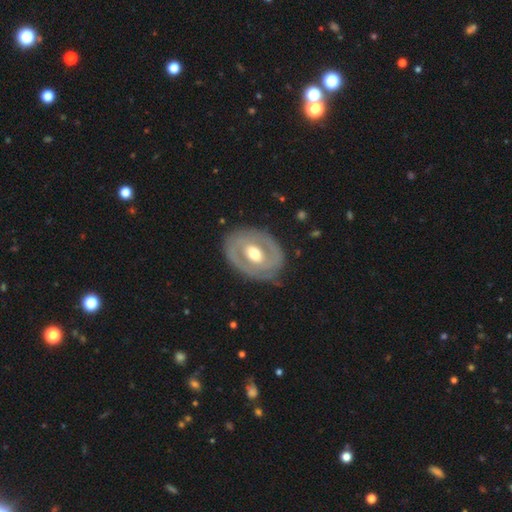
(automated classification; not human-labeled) Morphology: type=featured or disk (72%); edge-on=no (95%); bar=no (46%); spiral arms=no (54%); bulge=moderate (73%); merging=none (78%).